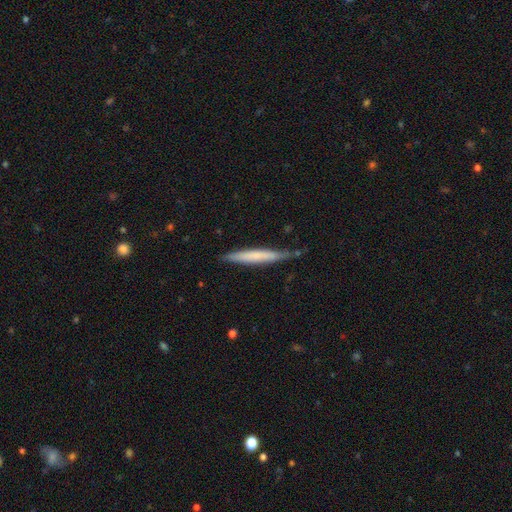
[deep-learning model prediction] Smooth or featured? smooth (59%)
How rounded? cigar-shaped (96%)
Merging? none (75%)